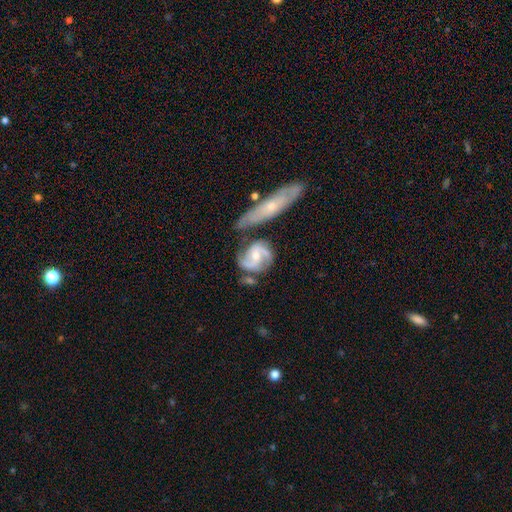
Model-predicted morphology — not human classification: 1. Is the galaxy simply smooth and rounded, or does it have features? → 84% featured or disk, 11% smooth, 5% star or artifact.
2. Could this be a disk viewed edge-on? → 96% no, 4% yes.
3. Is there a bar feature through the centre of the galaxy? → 48% no, 40% weak, 12% strong.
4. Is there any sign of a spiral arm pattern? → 96% yes, 4% no.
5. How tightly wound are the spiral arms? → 52% medium, 29% tight, 20% loose.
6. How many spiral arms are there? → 75% 2, 12% 3, 7% can't tell, 2% 1, 2% 4, 2% more than 4.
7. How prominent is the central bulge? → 54% moderate, 38% small, 3% large, 3% none, 1% dominant.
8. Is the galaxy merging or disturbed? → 59% none, 20% minor disturbance, 12% merger, 9% major disturbance.